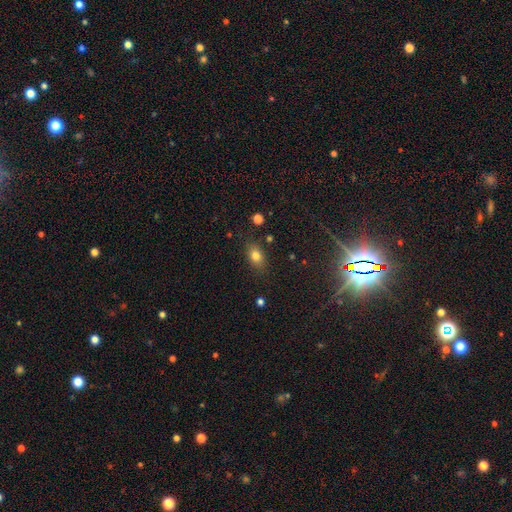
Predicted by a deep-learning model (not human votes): Smooth or featured? Predicted: smooth (p=0.79). How rounded? Predicted: in between (p=0.74). Merging? Predicted: none (p=0.81).